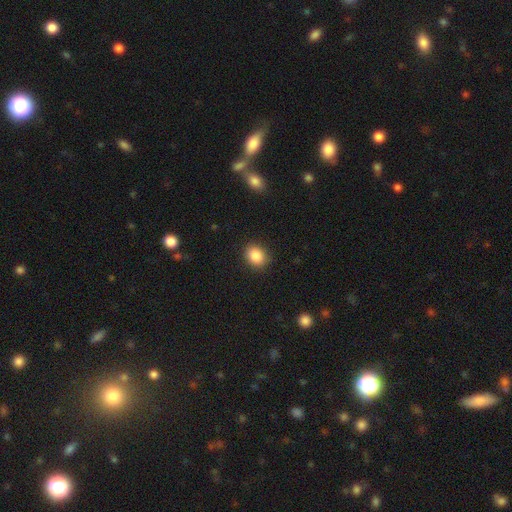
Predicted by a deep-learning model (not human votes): Smooth or featured: smooth — 87% (star or artifact — 9%)
How rounded: round — 59% (in between — 40%)
Merging: none — 87% (minor disturbance — 10%)